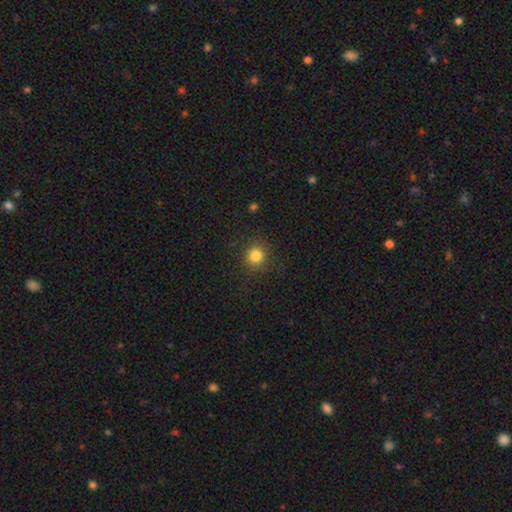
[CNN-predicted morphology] A smooth galaxy with no disk features (83%) that is round (90%). Merging: none (87%).